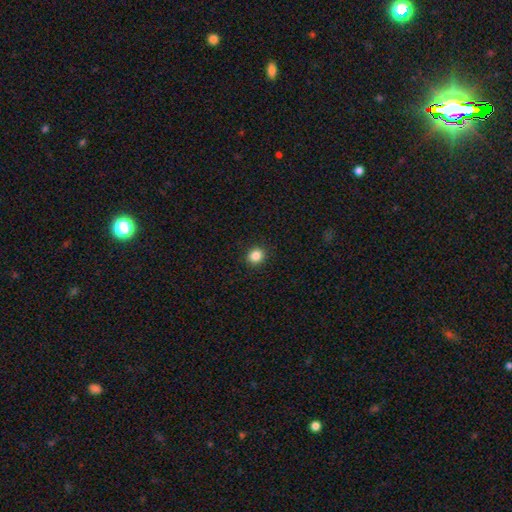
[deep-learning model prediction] The model was most divided on "how rounded": round: 83%, in between: 16%, cigar-shaped: 1%. More confident: merging — none (93%); smooth or featured — smooth (86%).